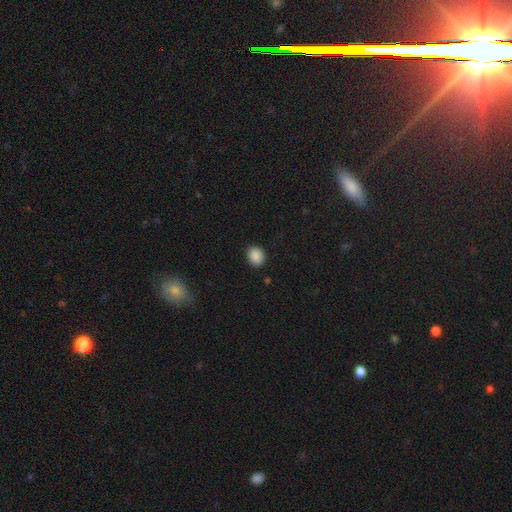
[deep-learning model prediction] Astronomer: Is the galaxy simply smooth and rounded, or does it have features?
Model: smooth — 88%.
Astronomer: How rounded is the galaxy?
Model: round — 55% (runner-up: in between, 44%).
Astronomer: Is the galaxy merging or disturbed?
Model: none — 88%.